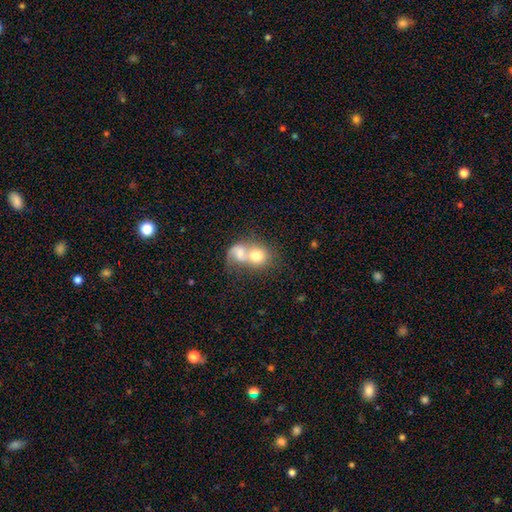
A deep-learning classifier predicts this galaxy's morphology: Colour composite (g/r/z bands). It shows a smooth galaxy with no disk features (66%) that is round (68%). Merging: merger (78%).